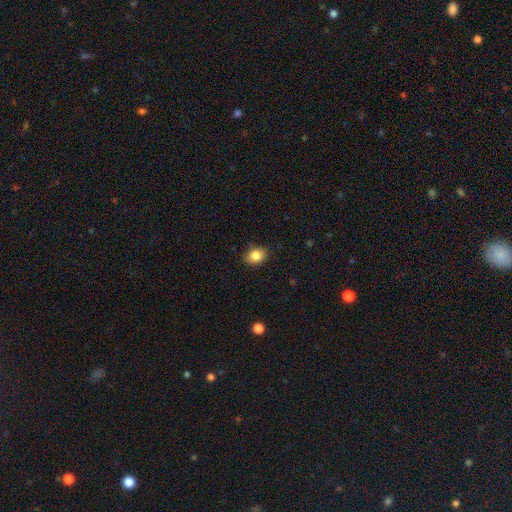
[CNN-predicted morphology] smooth 84%, star or artifact 10%, featured or disk 7%. Down the decision tree: how rounded — in between (59%); merging — none (84%).